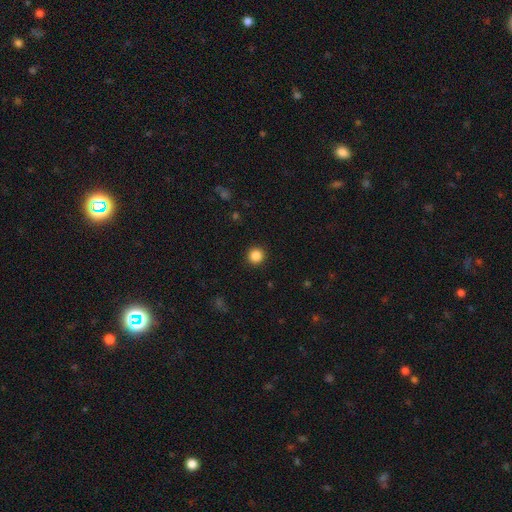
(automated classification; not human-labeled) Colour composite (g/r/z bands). It shows a smooth galaxy with no disk features (86%) that is round (95%). Merging: none (93%).